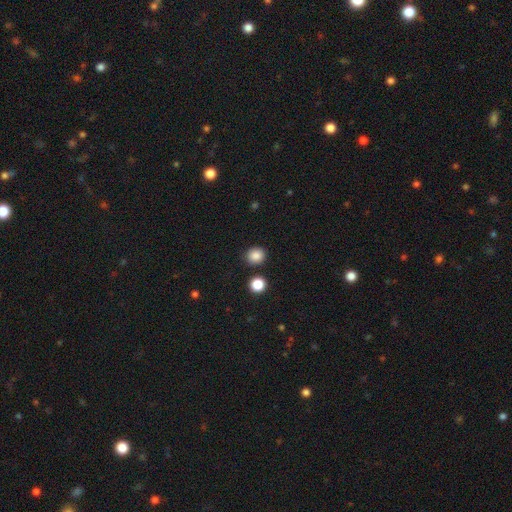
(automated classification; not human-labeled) The model was most divided on "how rounded": round: 83%, in between: 17%, cigar-shaped: 1%. More confident: merging — none (87%); smooth or featured — smooth (86%).